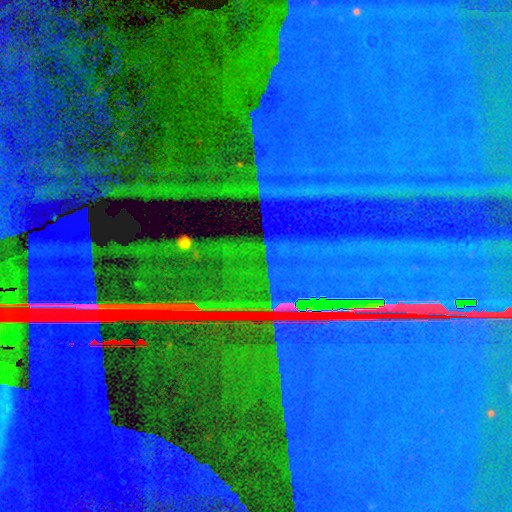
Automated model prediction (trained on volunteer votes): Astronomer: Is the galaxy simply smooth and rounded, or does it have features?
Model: star or artifact — 87%.